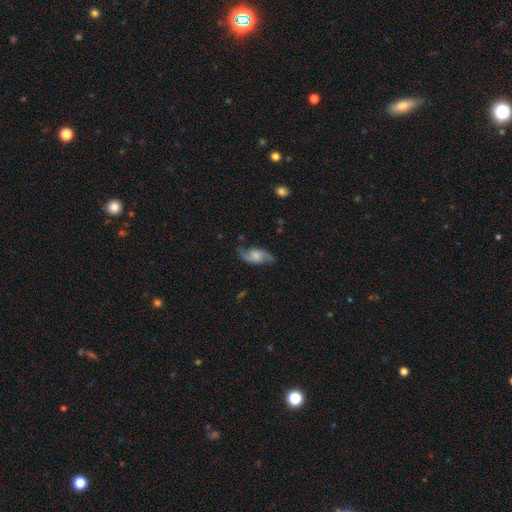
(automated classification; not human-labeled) smooth-or-featured: featured or disk: 68% | smooth: 25% | star or artifact: 7%
  disk-edge-on: no: 92% | yes: 8%
    bar: no: 59% | weak: 34% | strong: 7%
    has-spiral-arms: yes: 93% | no: 7%
      spiral-winding: loose: 57% | medium: 33% | tight: 10%
      spiral-arm-count: 2: 89% | can't tell: 5% | 1: 3% | 3: 1% | 4: 1% | more than 4: 1%
    bulge-size: moderate: 40% | small: 32% | none: 15% | large: 12% | dominant: 2%
  merging: none: 73% | minor disturbance: 18% | major disturbance: 6% | merger: 2%